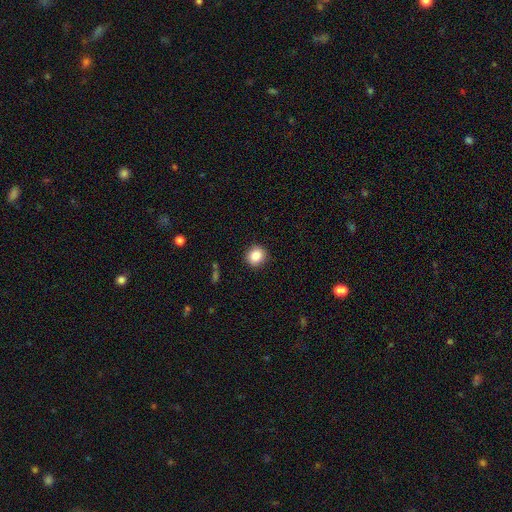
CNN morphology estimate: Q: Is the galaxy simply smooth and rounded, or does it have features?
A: smooth — 86%.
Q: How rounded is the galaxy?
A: round — 87%.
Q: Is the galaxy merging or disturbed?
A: none — 90%.